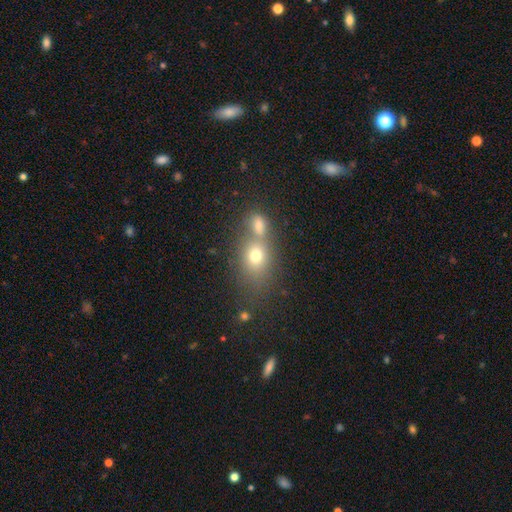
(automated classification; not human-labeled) This is likely a smooth galaxy (72%). How rounded: likely in between (60%). Merging: possibly merger (50%).